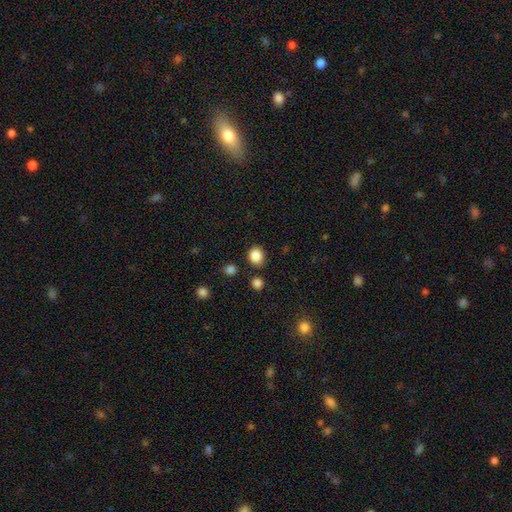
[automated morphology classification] type=smooth (86%); roundness=round (77%); merging=none (83%).